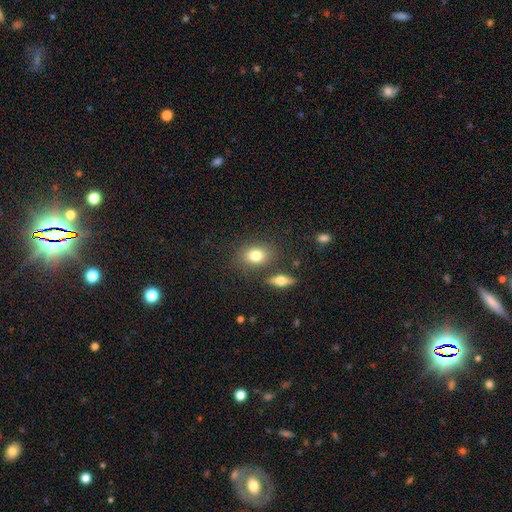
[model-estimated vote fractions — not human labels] Smooth or featured?
  - smooth: 78% *
  - featured or disk: 12%
  - star or artifact: 10%
How rounded?
  - in between: 65% *
  - round: 32%
  - cigar-shaped: 2%
Merging?
  - none: 78% *
  - minor disturbance: 10%
  - merger: 8%
  - major disturbance: 3%